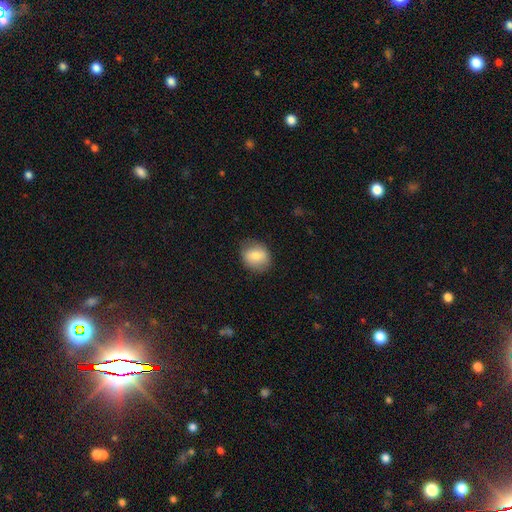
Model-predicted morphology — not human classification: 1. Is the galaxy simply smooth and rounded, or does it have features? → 78% smooth, 14% featured or disk, 8% star or artifact.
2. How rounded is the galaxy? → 61% round, 38% in between, 1% cigar-shaped.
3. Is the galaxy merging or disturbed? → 79% none, 16% minor disturbance, 4% major disturbance, 1% merger.